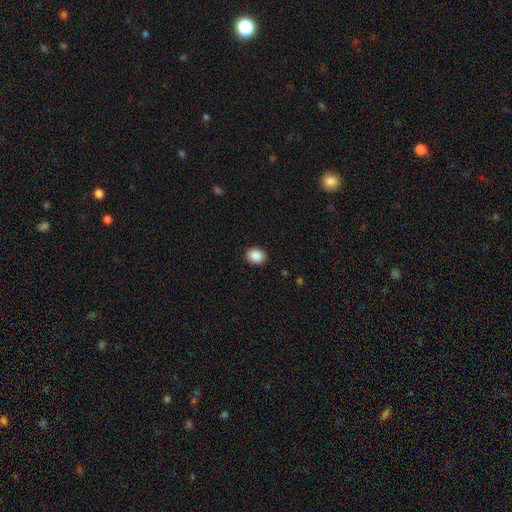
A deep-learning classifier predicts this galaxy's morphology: Smooth or featured? smooth (89%)
How rounded? in between (50%)
Merging? none (90%)